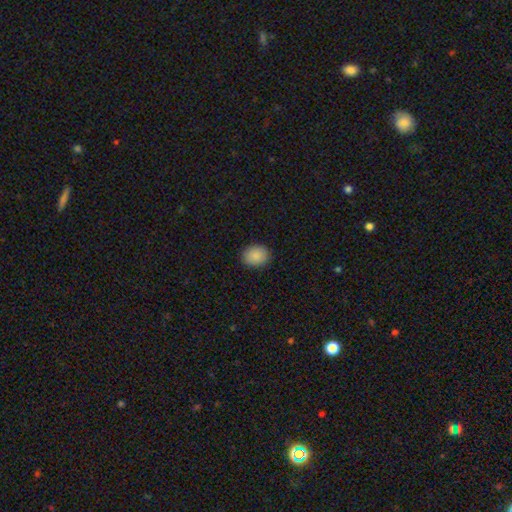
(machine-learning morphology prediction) The model was most divided on "how rounded": round: 56%, in between: 43%, cigar-shaped: 1%. More confident: merging — none (89%); smooth or featured — smooth (88%).